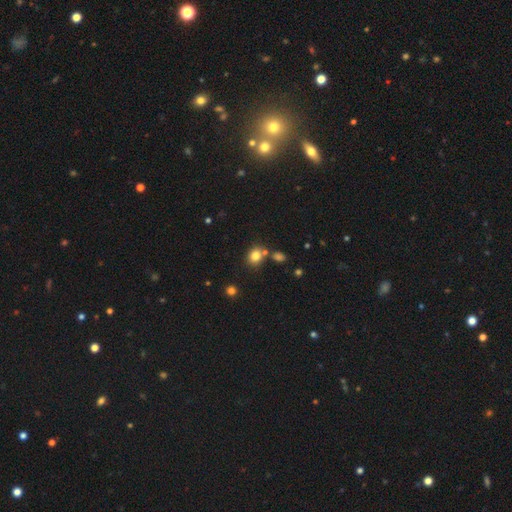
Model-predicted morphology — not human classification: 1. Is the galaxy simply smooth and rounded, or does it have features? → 81% smooth, 13% star or artifact, 7% featured or disk.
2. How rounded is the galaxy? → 66% round, 33% in between, 1% cigar-shaped.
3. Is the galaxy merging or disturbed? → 66% none, 19% merger, 12% minor disturbance, 4% major disturbance.